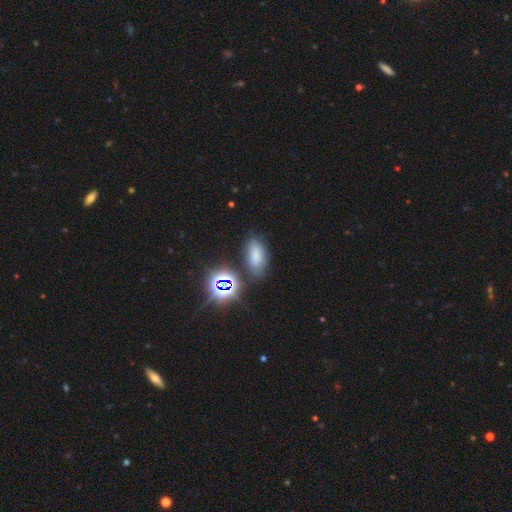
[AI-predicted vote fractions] Smooth or featured?
  - smooth: 60% *
  - star or artifact: 27%
  - featured or disk: 13%
How rounded?
  - in between: 87% *
  - round: 7%
  - cigar-shaped: 6%
Merging?
  - none: 73% *
  - minor disturbance: 16%
  - merger: 5%
  - major disturbance: 5%